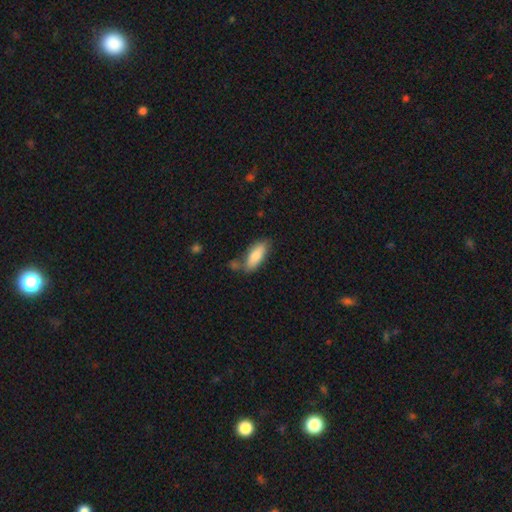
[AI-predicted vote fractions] Overall: smooth (83%). How rounded: in between (73%). Merging: none (67%).